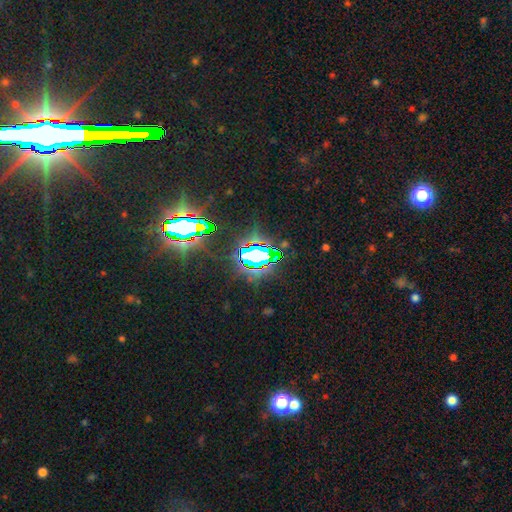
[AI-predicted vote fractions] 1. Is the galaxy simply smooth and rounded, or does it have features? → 75% star or artifact, 14% smooth, 11% featured or disk.